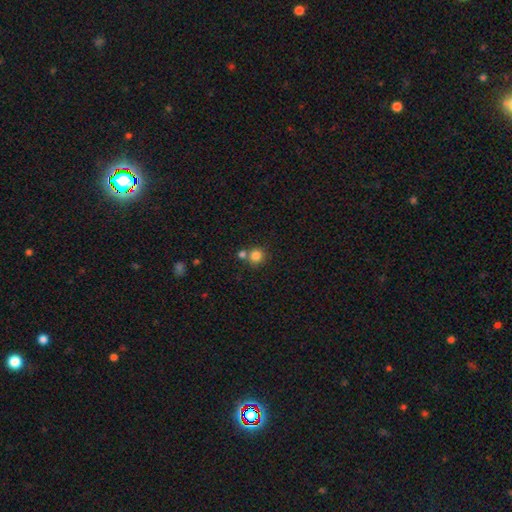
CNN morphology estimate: smooth-or-featured: smooth: 83% | star or artifact: 11% | featured or disk: 6%
  how-rounded: round: 91% | in between: 8% | cigar-shaped: 1%
  merging: none: 65% | merger: 25% | minor disturbance: 8% | major disturbance: 3%